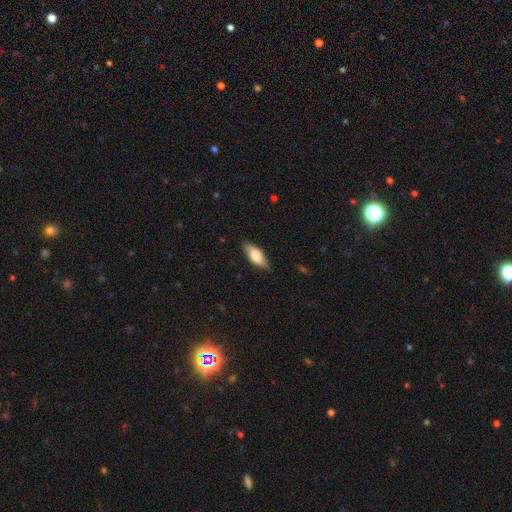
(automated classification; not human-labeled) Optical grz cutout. It shows a smooth galaxy with no disk features (70%) that is in between round and cigar-shaped (76%). Merging: none (83%).